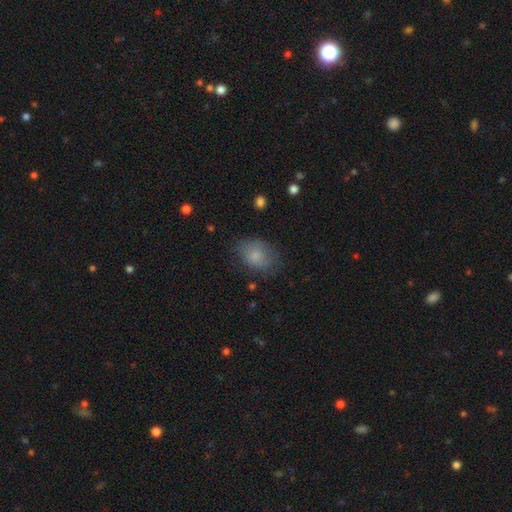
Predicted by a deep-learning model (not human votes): Smooth or featured? smooth (78%)
How rounded? in between (73%)
Merging? none (67%)